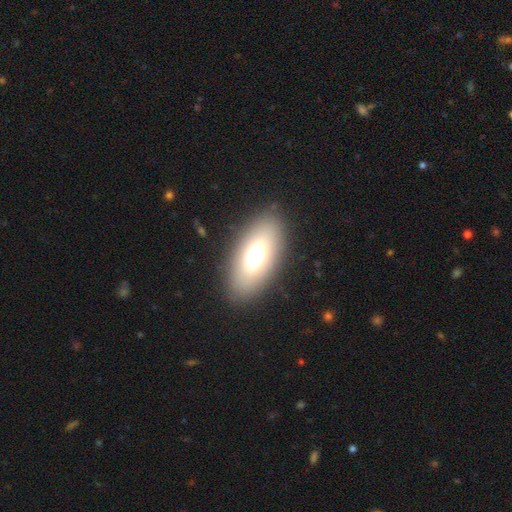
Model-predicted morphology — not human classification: smooth 66%, featured or disk 24%, star or artifact 11%. Down the decision tree: how rounded — in between (88%); merging — none (85%).